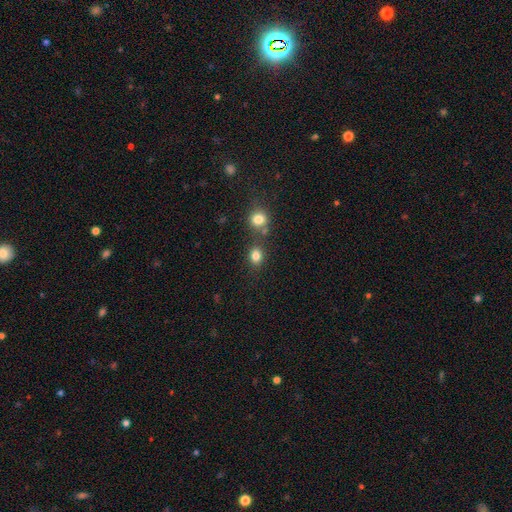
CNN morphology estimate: Smooth or featured: smooth — 81% (star or artifact — 13%)
How rounded: round — 58% (in between — 41%)
Merging: none — 69% (merger — 17%)